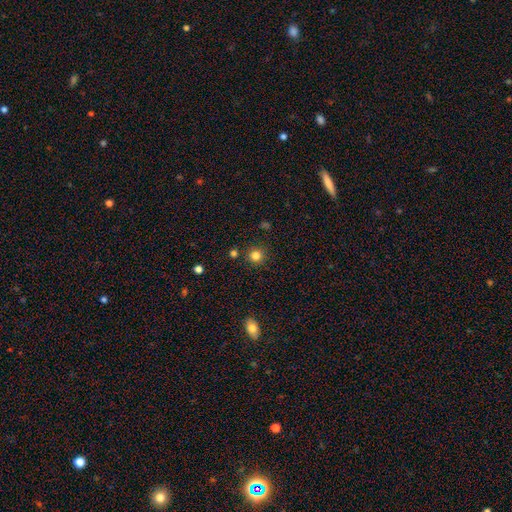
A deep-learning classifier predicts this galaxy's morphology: The model was most divided on "smooth or featured": smooth: 82%, star or artifact: 13%, featured or disk: 4%. More confident: how rounded — round (94%); merging — none (88%).